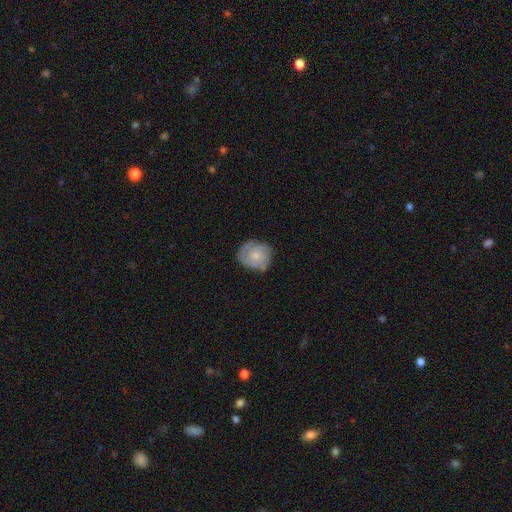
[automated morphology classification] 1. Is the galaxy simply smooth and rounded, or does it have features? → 52% smooth, 41% featured or disk, 7% star or artifact.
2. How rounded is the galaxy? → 78% round, 21% in between, 1% cigar-shaped.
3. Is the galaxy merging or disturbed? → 67% none, 24% minor disturbance, 7% major disturbance, 2% merger.